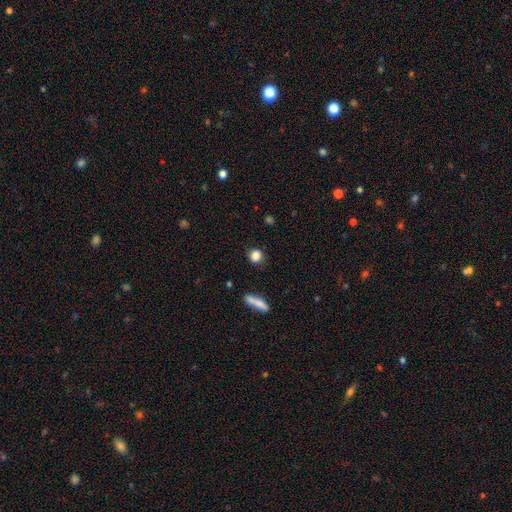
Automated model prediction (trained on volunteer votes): Smooth or featured?
  - smooth: 84% *
  - star or artifact: 10%
  - featured or disk: 5%
How rounded?
  - round: 81% *
  - in between: 16%
  - cigar-shaped: 3%
Merging?
  - none: 84% *
  - minor disturbance: 10%
  - major disturbance: 3%
  - merger: 3%